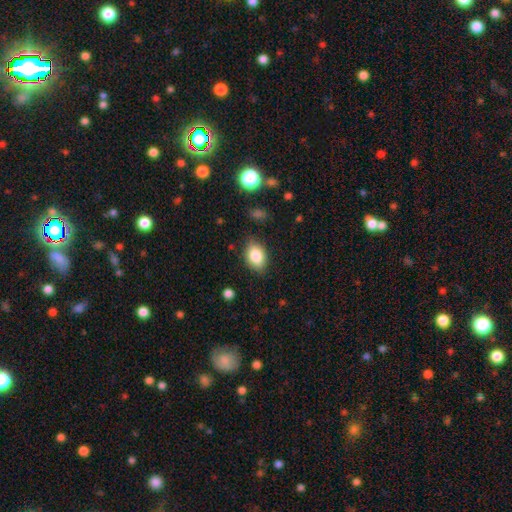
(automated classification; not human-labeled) Smooth or featured? smooth (83%)
How rounded? in between (81%)
Merging? none (81%)